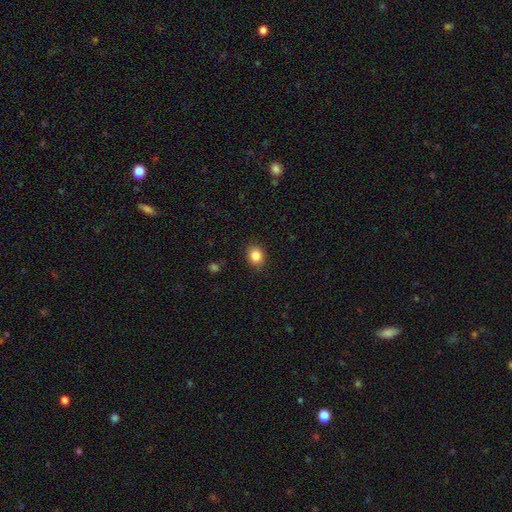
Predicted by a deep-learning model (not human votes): Morphology: type=smooth (85%); roundness=round (59%); merging=none (88%).